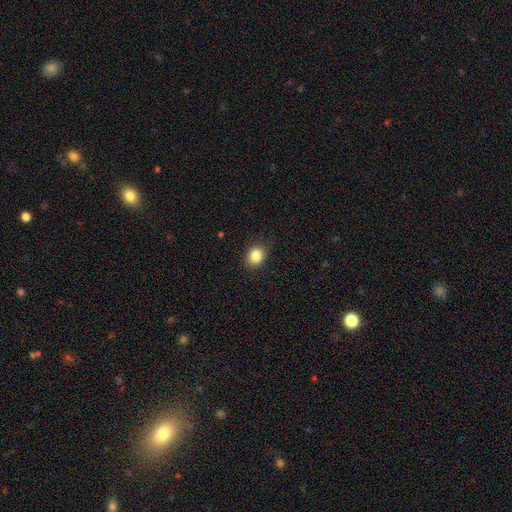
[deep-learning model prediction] Q: Smooth or featured?
A: smooth (85%); runner-up: star or artifact (10%)
Q: How rounded?
A: round (55%); runner-up: in between (44%)
Q: Merging?
A: none (84%); runner-up: minor disturbance (12%)